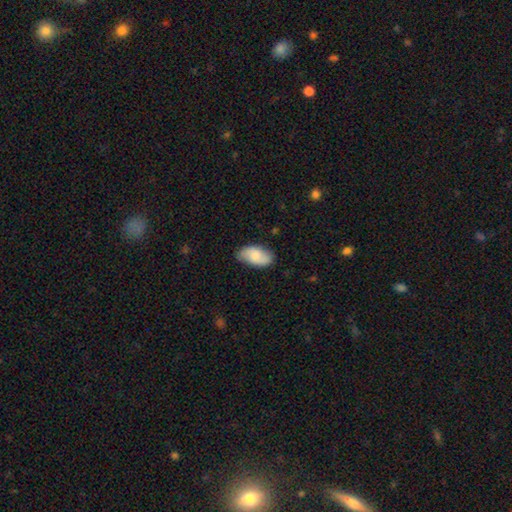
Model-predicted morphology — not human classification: A smooth galaxy with no disk features (72%) that is in between round and cigar-shaped (95%). Merging: none (77%).